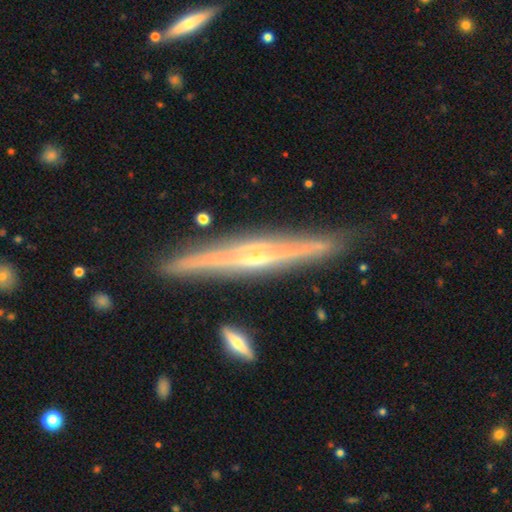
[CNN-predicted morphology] featured or disk 80%, smooth 14%, star or artifact 6%. Down the decision tree: edge-on disk — yes (96%); edge-on bulge — rounded (74%); merging — none (85%).